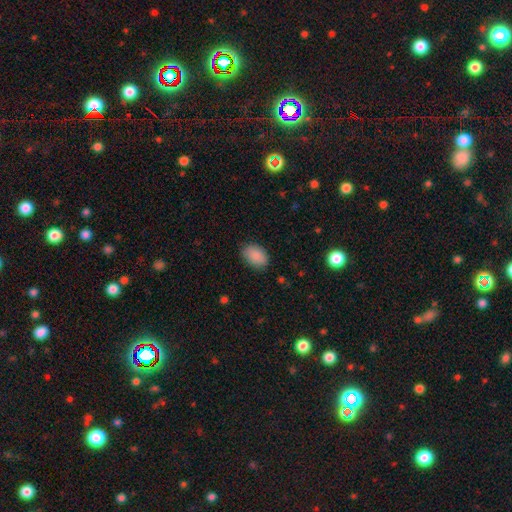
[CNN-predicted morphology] smooth 89%, star or artifact 7%, featured or disk 4%. Down the decision tree: how rounded — in between (85%); merging — none (84%).